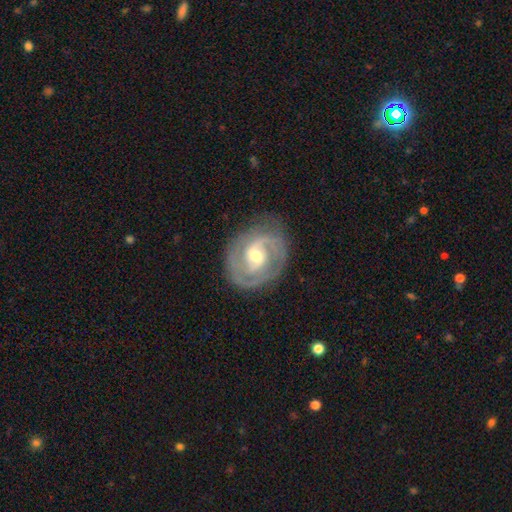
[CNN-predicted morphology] Smooth or featured?
  - featured or disk: 87% *
  - smooth: 8%
  - star or artifact: 5%
Edge-on disk?
  - no: 97% *
  - yes: 3%
Bar?
  - weak: 48% *
  - no: 36%
  - strong: 16%
Spiral arms?
  - yes: 95% *
  - no: 5%
Spiral winding?
  - tight: 53% *
  - medium: 39%
  - loose: 9%
Spiral arm count?
  - 2: 68% *
  - 3: 12%
  - can't tell: 11%
  - 1: 4%
  - 4: 3%
  - more than 4: 2%
Bulge size?
  - moderate: 63% *
  - small: 30%
  - large: 5%
  - none: 1%
  - dominant: 1%
Merging?
  - none: 79% *
  - minor disturbance: 15%
  - major disturbance: 5%
  - merger: 1%